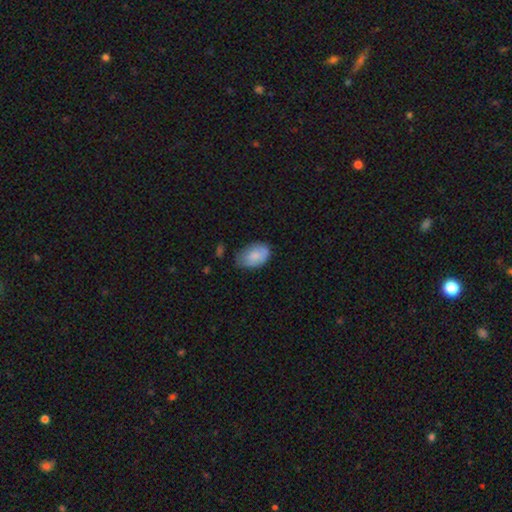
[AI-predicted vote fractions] smooth-or-featured: smooth: 81% | featured or disk: 12% | star or artifact: 7%
  how-rounded: in between: 90% | round: 9% | cigar-shaped: 1%
  merging: none: 58% | minor disturbance: 33% | major disturbance: 7% | merger: 2%